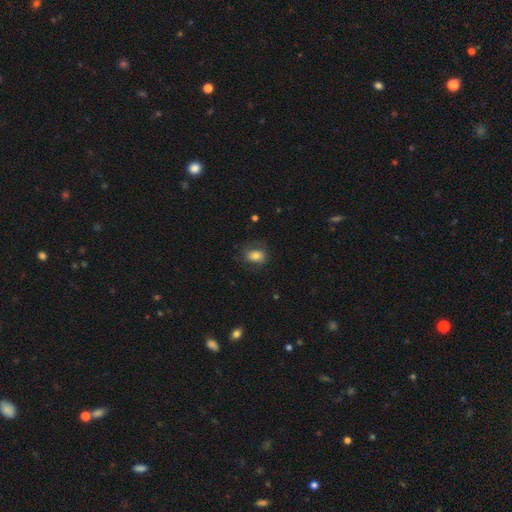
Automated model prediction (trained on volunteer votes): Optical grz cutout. It shows a smooth galaxy with no disk features (73%) that is in between round and cigar-shaped (68%). Merging: none (71%).